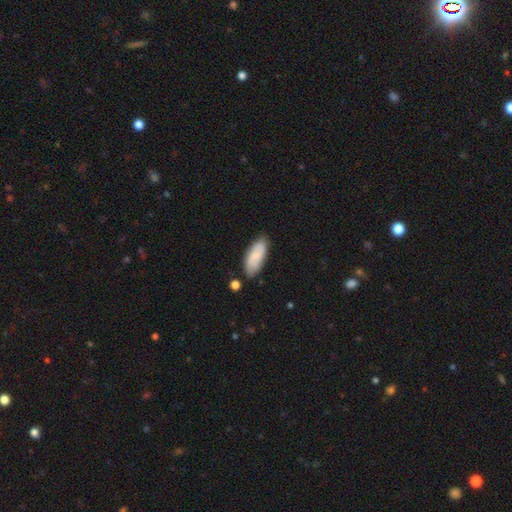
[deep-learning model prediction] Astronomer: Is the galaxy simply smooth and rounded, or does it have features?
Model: smooth — 77%.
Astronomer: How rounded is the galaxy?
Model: in between — 80%.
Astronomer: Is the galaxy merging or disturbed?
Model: none — 77%.